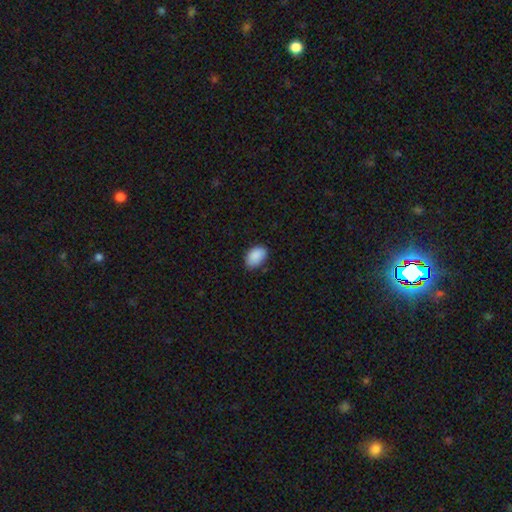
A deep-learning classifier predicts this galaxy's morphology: smooth-or-featured: smooth: 90% | star or artifact: 7% | featured or disk: 3%
  how-rounded: in between: 90% | round: 9% | cigar-shaped: 1%
  merging: none: 80% | minor disturbance: 17% | major disturbance: 3% | merger: 1%